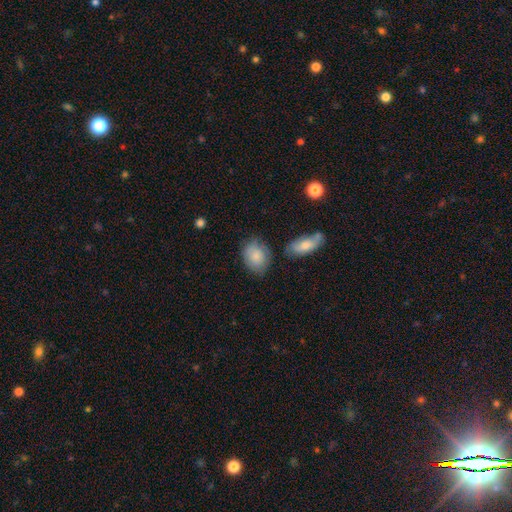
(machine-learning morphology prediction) Q: Smooth or featured?
A: smooth (85%); runner-up: featured or disk (9%)
Q: How rounded?
A: in between (64%); runner-up: round (35%)
Q: Merging?
A: none (67%); runner-up: minor disturbance (21%)